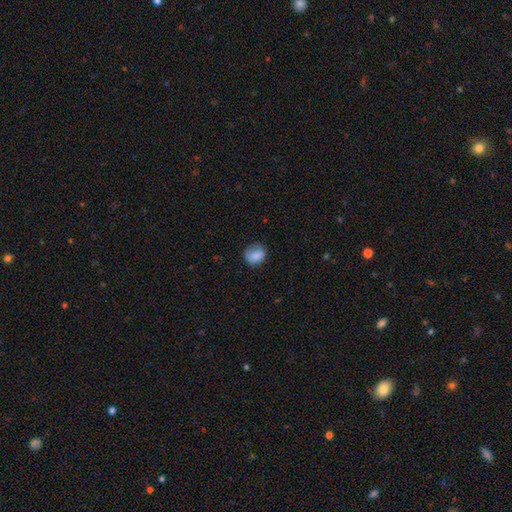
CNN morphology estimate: A smooth galaxy with no disk features (84%) that is round (70%).

Vote fractions:
- Smooth or featured? smooth: 84% / star or artifact: 9% / featured or disk: 7%
- How rounded? round: 70% / in between: 29% / cigar-shaped: 1%
- Merging? none: 70% / minor disturbance: 22% / major disturbance: 6% / merger: 1%